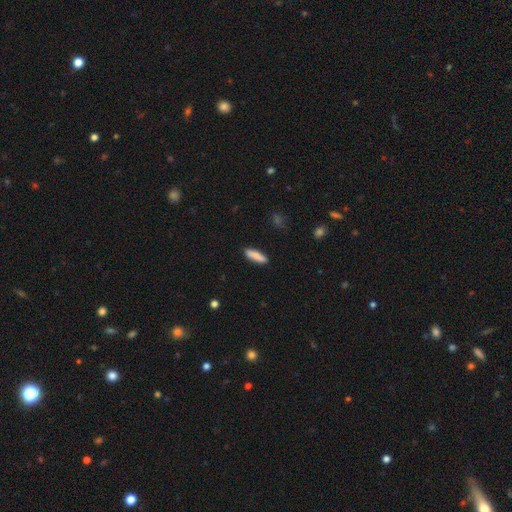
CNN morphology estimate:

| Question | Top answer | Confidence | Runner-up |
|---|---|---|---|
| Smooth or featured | smooth | 86% | featured or disk (8%) |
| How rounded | cigar-shaped | 70% | in between (28%) |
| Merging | none | 89% | minor disturbance (8%) |